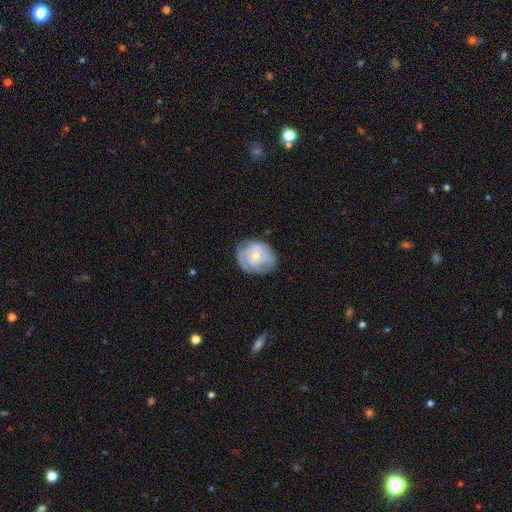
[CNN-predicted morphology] smooth-or-featured: featured or disk: 62% | smooth: 31% | star or artifact: 7%
  disk-edge-on: no: 97% | yes: 3%
    bar: no: 76% | weak: 21% | strong: 3%
    has-spiral-arms: yes: 81% | no: 19%
    bulge-size: small: 57% | moderate: 39% | none: 2% | large: 2% | dominant: 1%
  merging: none: 67% | minor disturbance: 23% | major disturbance: 9% | merger: 1%